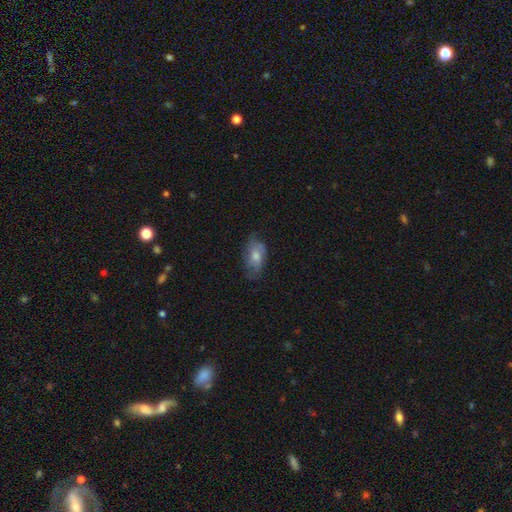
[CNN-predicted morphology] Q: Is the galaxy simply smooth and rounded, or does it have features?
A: smooth — 49%.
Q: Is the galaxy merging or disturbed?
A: none — 69%.